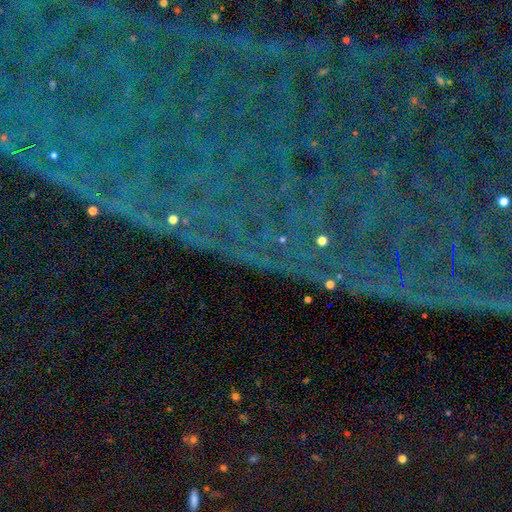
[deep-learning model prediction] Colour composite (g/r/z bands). It shows a star or artifact, not a galaxy (87%).